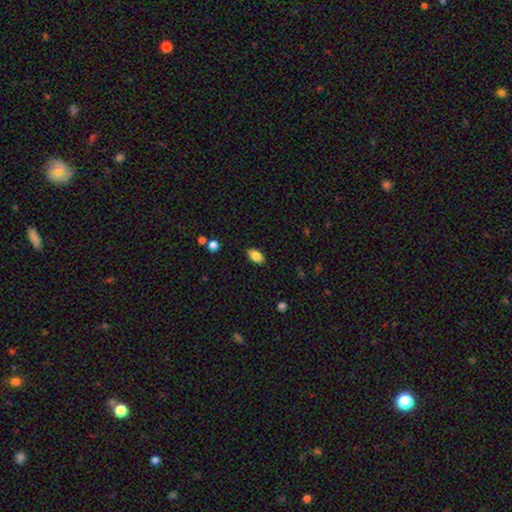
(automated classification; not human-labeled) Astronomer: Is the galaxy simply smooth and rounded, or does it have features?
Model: smooth — 85%.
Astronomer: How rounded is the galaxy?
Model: in between — 91%.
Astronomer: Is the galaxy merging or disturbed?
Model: none — 86%.